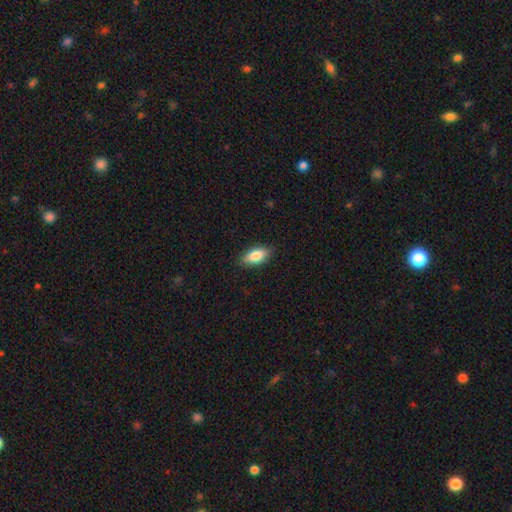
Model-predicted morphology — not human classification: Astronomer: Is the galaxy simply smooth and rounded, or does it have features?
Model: smooth — 80%.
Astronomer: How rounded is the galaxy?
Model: in between — 85%.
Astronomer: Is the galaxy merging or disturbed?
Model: none — 86%.